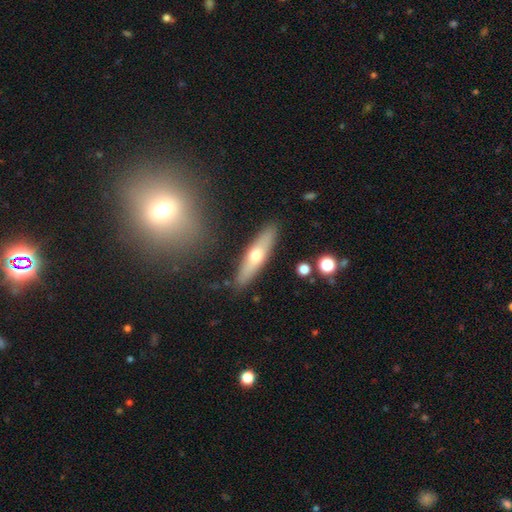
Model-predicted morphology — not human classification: type=smooth (53%); roundness=cigar-shaped (71%); merging=none (87%).